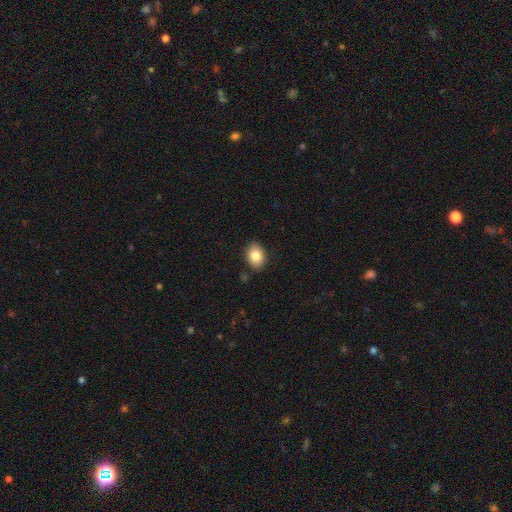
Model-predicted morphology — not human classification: Smooth or featured? smooth (83%)
How rounded? in between (71%)
Merging? none (88%)